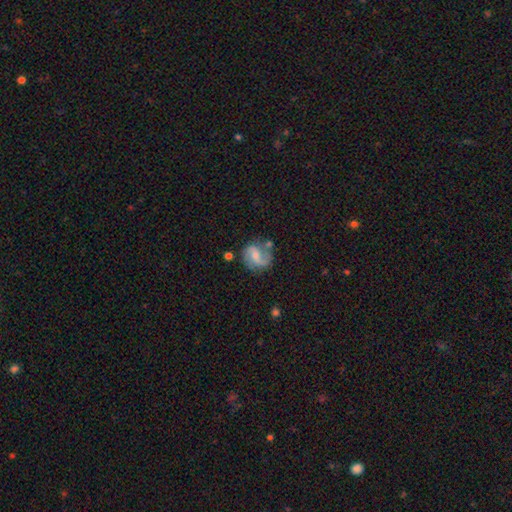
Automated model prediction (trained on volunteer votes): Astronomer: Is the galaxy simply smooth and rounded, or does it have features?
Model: featured or disk — 73%.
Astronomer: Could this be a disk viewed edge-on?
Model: no — 98%.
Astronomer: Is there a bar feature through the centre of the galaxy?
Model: weak — 49% (runner-up: no, 34%).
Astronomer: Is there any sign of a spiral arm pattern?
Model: yes — 93%.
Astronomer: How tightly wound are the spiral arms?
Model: medium — 45% (runner-up: loose, 41%).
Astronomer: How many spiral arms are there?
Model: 2 — 87%.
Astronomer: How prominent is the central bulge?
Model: small — 46% (runner-up: moderate, 41%).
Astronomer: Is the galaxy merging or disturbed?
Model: none — 65%.